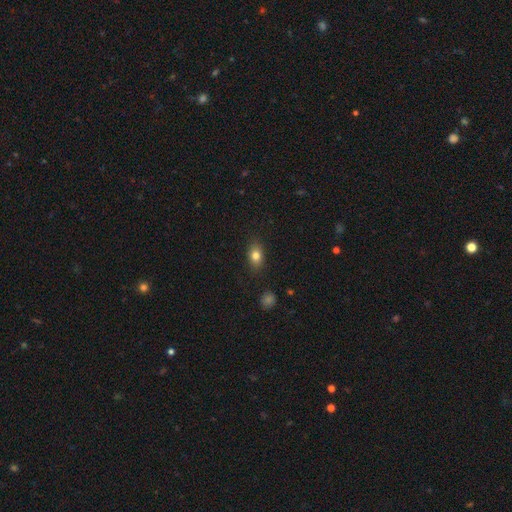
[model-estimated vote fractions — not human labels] Smooth or featured? Predicted: smooth (p=0.80). How rounded? Predicted: in between (p=0.78). Merging? Predicted: none (p=0.85).